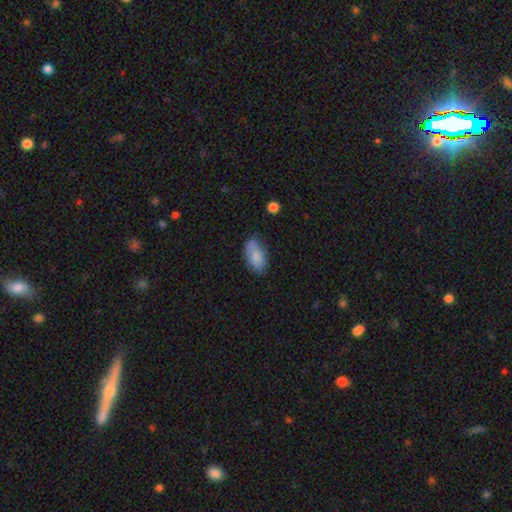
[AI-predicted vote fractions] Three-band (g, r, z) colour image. It shows a smooth galaxy with no disk features (81%) that is in between round and cigar-shaped (93%). Merging: none (63%).